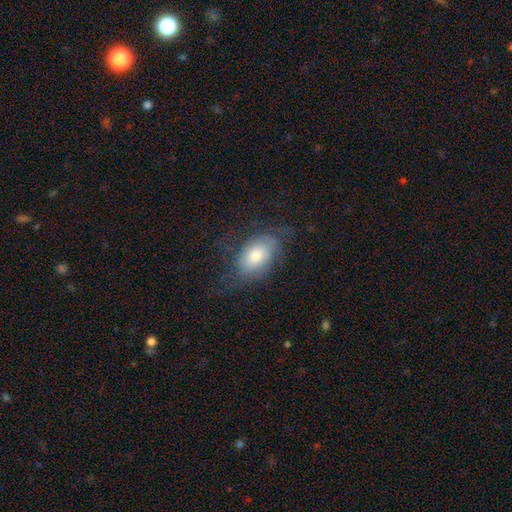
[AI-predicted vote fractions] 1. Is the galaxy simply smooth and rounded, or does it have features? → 52% smooth, 40% featured or disk, 8% star or artifact.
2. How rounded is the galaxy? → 89% in between, 9% round, 2% cigar-shaped.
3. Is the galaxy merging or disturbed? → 55% none, 24% minor disturbance, 19% major disturbance, 1% merger.